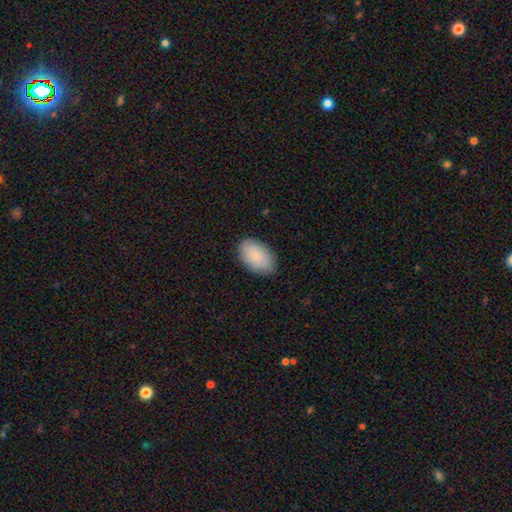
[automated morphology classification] Overall: smooth (87%). How rounded: in between (93%). Merging: none (85%).